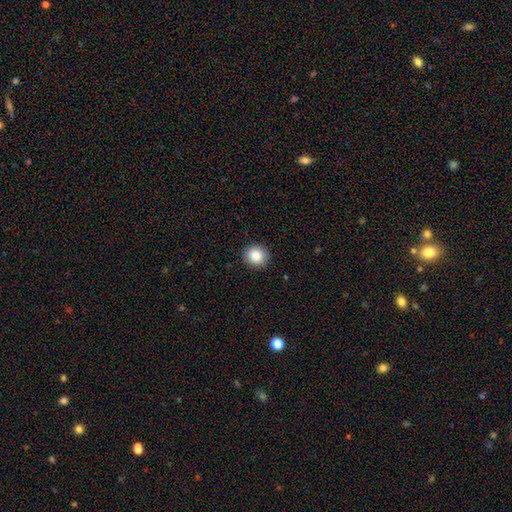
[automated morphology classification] This is clearly a smooth galaxy (87%). How rounded: clearly round (86%). Merging: clearly none (91%).